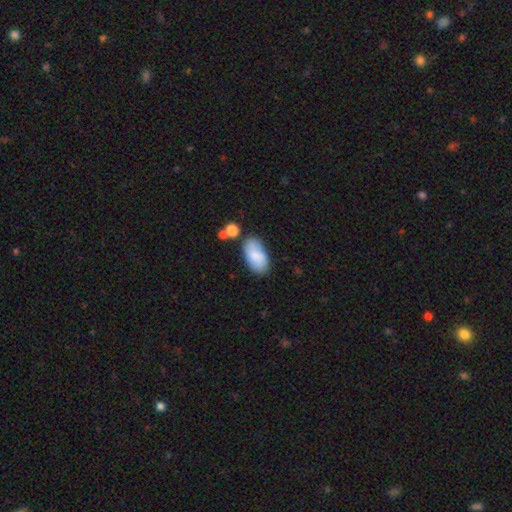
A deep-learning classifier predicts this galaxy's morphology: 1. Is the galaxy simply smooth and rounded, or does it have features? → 78% smooth, 15% featured or disk, 7% star or artifact.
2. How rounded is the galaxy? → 94% in between, 3% round, 2% cigar-shaped.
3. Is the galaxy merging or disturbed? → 66% none, 19% minor disturbance, 10% merger, 5% major disturbance.